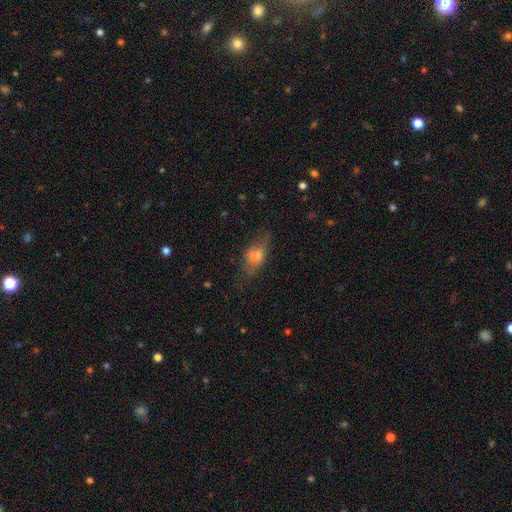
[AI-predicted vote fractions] This appears to be a smooth galaxy with no disk features (54%) that is in between round and cigar-shaped (69%). Merging: none (60%).